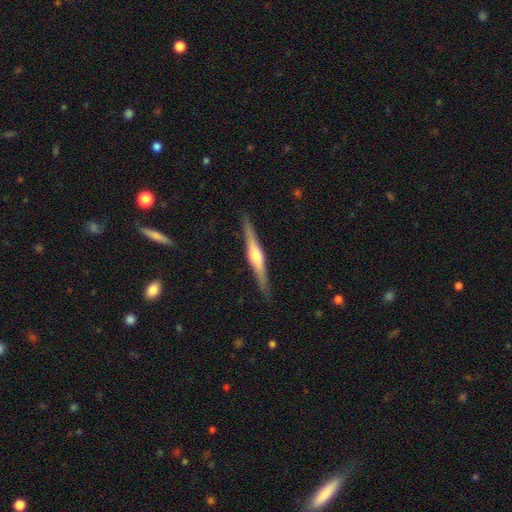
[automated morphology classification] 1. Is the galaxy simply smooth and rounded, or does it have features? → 76% featured or disk, 19% smooth, 5% star or artifact.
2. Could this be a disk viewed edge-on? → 98% yes, 2% no.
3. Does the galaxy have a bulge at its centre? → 85% rounded, 10% boxy, 5% none.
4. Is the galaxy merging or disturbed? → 90% none, 7% minor disturbance, 2% major disturbance, 1% merger.